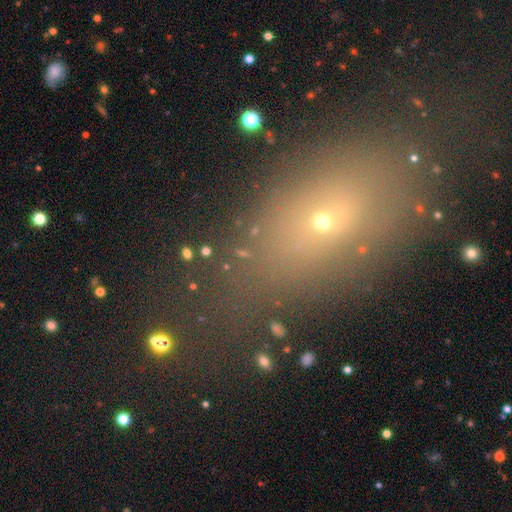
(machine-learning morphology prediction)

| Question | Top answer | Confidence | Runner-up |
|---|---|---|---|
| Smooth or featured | smooth | 53% | star or artifact (31%) |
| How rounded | in between | 71% | round (20%) |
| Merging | none | 75% | minor disturbance (12%) |